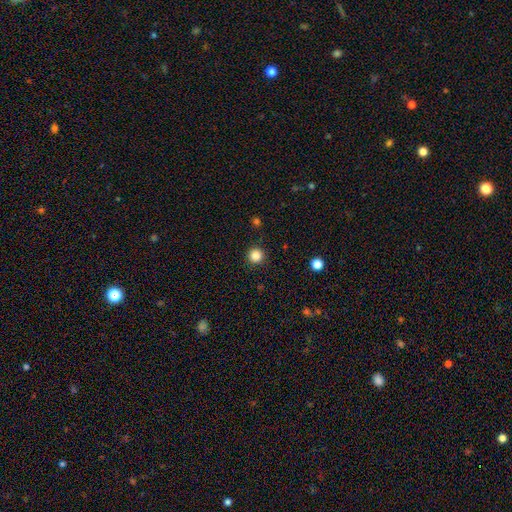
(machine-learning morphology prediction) Smooth or featured: smooth — 85% (star or artifact — 12%)
How rounded: round — 96% (in between — 3%)
Merging: none — 93% (minor disturbance — 5%)